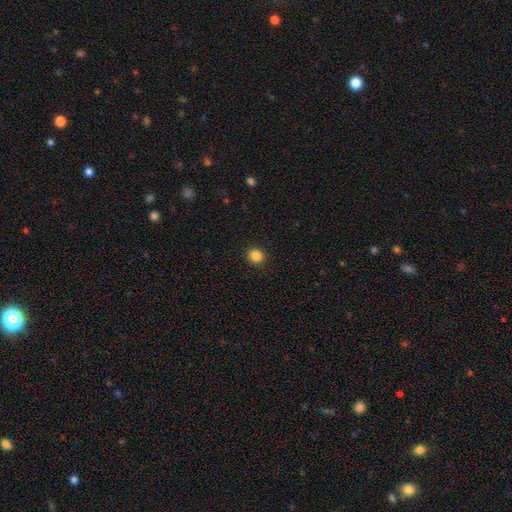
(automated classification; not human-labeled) Smooth or featured? Predicted: smooth (p=0.85). How rounded? Predicted: round (p=0.90). Merging? Predicted: none (p=0.93).